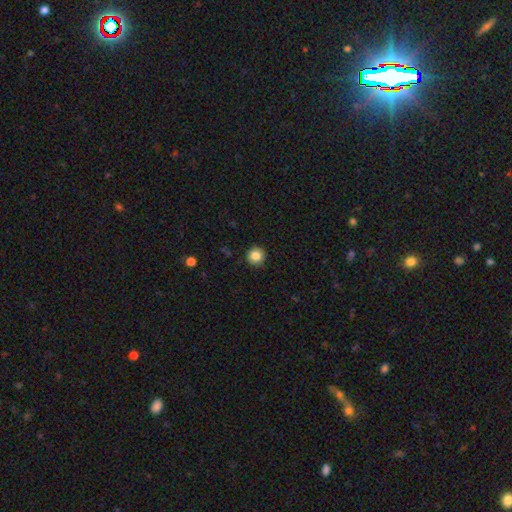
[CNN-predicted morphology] A smooth galaxy with no disk features (85%) that is round (95%).

Vote fractions:
- Smooth or featured? smooth: 85% / star or artifact: 10% / featured or disk: 6%
- How rounded? round: 95% / in between: 4% / cigar-shaped: 1%
- Merging? none: 91% / minor disturbance: 7% / major disturbance: 2% / merger: 1%